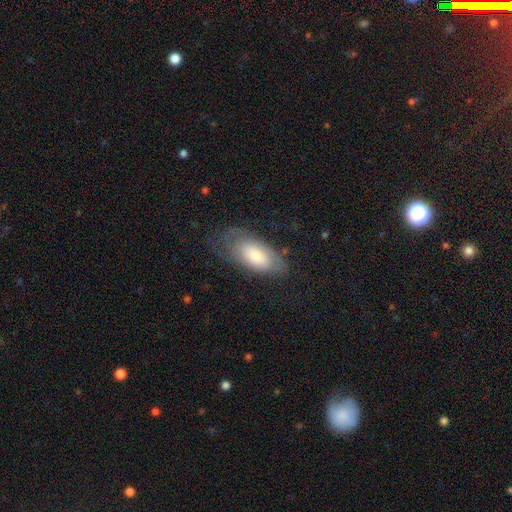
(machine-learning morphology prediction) Smooth or featured?
  - smooth: 61% *
  - featured or disk: 33%
  - star or artifact: 7%
How rounded?
  - in between: 91% *
  - cigar-shaped: 7%
  - round: 3%
Merging?
  - none: 56% *
  - minor disturbance: 26%
  - major disturbance: 17%
  - merger: 2%